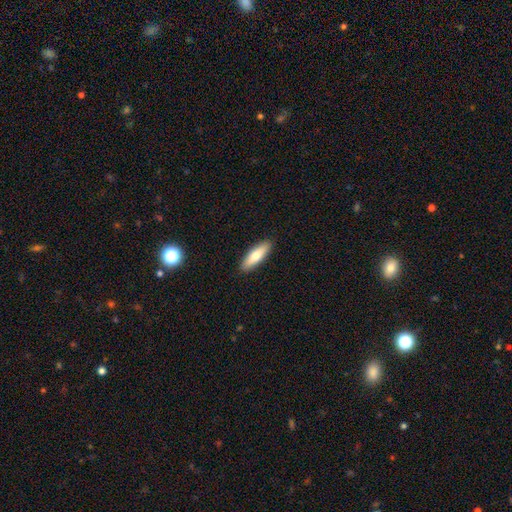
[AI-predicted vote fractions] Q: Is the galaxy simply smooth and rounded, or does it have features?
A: smooth — 74%.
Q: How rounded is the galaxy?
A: cigar-shaped — 52%.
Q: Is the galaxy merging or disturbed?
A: none — 90%.